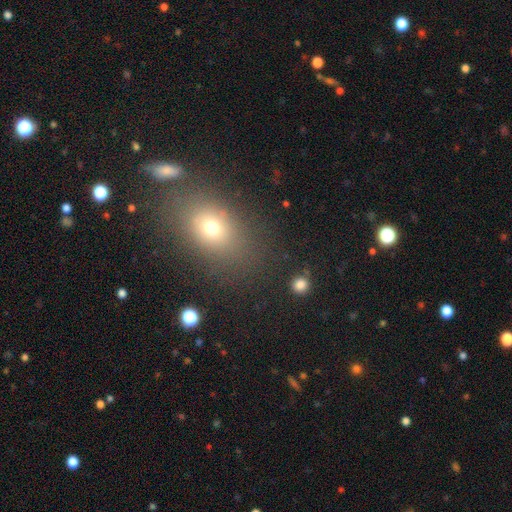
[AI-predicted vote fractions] smooth-or-featured: smooth: 60% | star or artifact: 28% | featured or disk: 12%
  how-rounded: in between: 66% | round: 32% | cigar-shaped: 2%
  merging: none: 80% | minor disturbance: 9% | merger: 6% | major disturbance: 4%